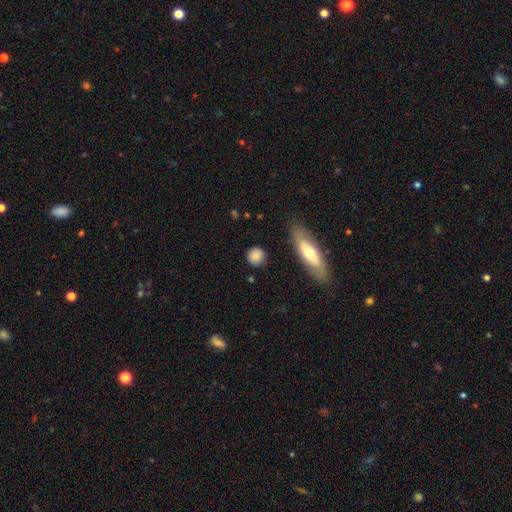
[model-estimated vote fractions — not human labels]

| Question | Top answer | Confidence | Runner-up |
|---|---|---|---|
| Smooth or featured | smooth | 82% | featured or disk (10%) |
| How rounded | round | 83% | in between (13%) |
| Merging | none | 81% | minor disturbance (12%) |